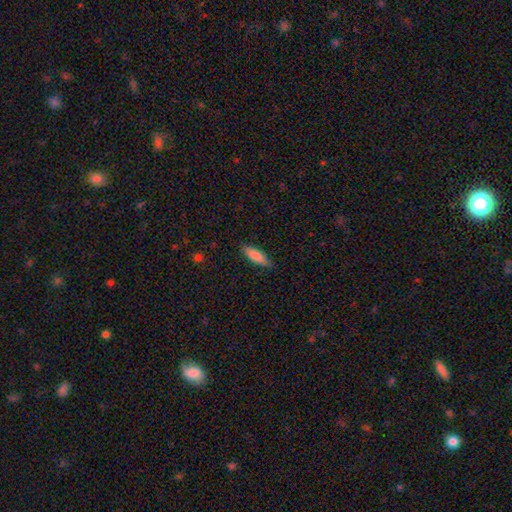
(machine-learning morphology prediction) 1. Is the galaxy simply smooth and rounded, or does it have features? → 83% smooth, 11% featured or disk, 6% star or artifact.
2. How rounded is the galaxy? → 52% cigar-shaped, 46% in between, 2% round.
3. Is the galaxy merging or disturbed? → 84% none, 13% minor disturbance, 2% major disturbance, 1% merger.